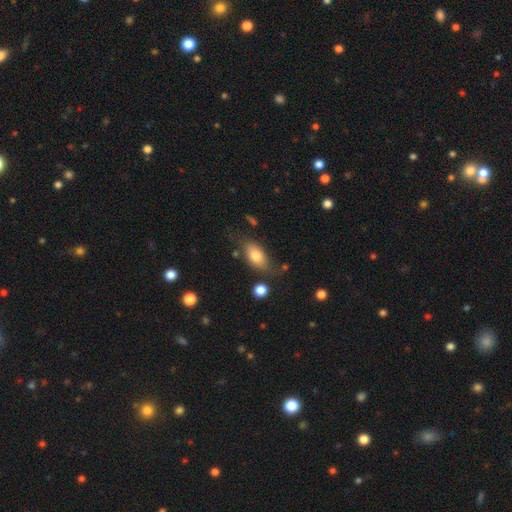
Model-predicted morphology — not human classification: smooth-or-featured: smooth: 76% | featured or disk: 17% | star or artifact: 7%
  how-rounded: in between: 88% | round: 6% | cigar-shaped: 6%
  merging: none: 65% | minor disturbance: 22% | major disturbance: 8% | merger: 5%